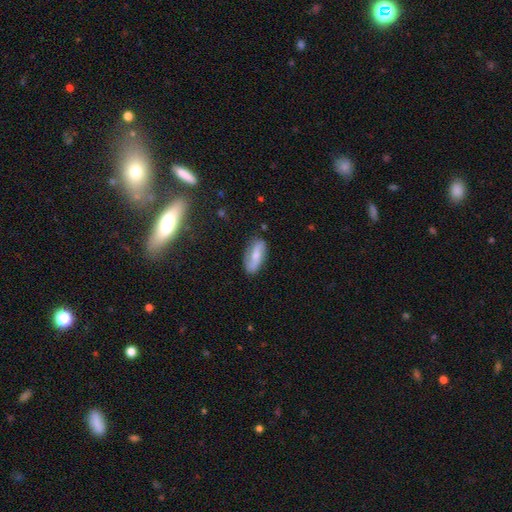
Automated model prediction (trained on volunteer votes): This appears to be a featured or disk galaxy (49%). Merging: none (79%).